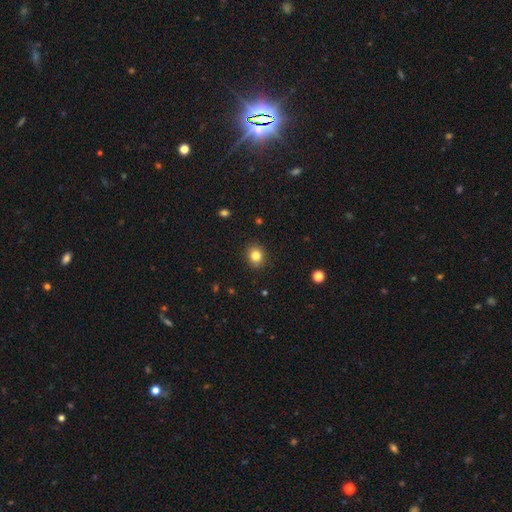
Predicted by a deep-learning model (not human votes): Smooth or featured?
  - smooth: 83% *
  - star or artifact: 11%
  - featured or disk: 6%
How rounded?
  - round: 71% *
  - in between: 28%
  - cigar-shaped: 1%
Merging?
  - none: 90% *
  - minor disturbance: 7%
  - major disturbance: 2%
  - merger: 1%